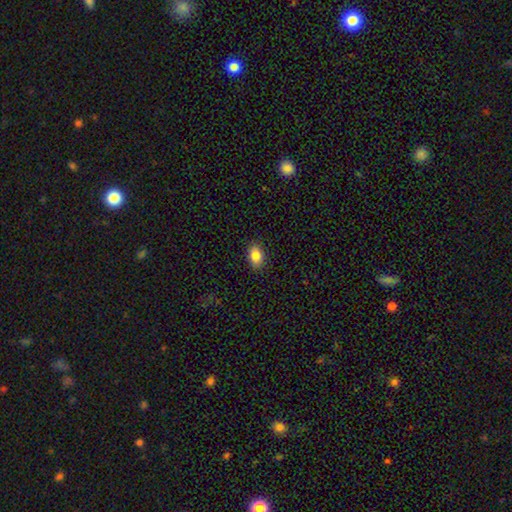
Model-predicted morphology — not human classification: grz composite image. It shows a smooth galaxy with no disk features (85%) that is in between round and cigar-shaped (87%). Merging: none (89%).